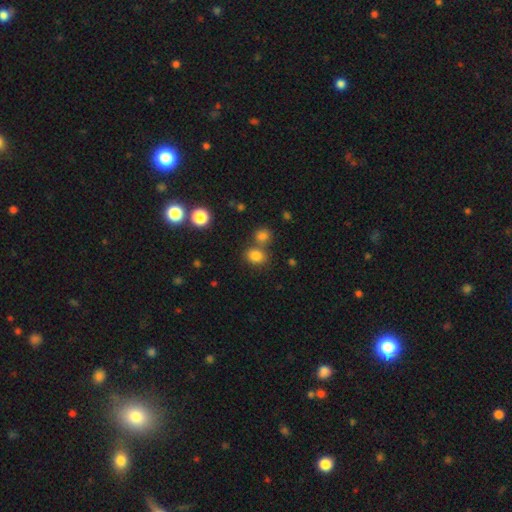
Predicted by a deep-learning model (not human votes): Smooth or featured: smooth — 81% (star or artifact — 13%)
How rounded: round — 57% (in between — 42%)
Merging: none — 60% (merger — 27%)